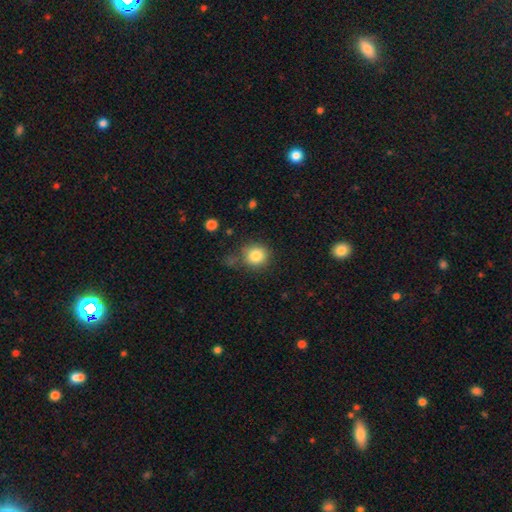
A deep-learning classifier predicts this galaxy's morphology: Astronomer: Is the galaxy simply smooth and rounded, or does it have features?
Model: smooth — 84%.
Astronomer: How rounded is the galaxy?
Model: round — 88%.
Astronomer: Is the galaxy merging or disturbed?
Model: none — 74%.